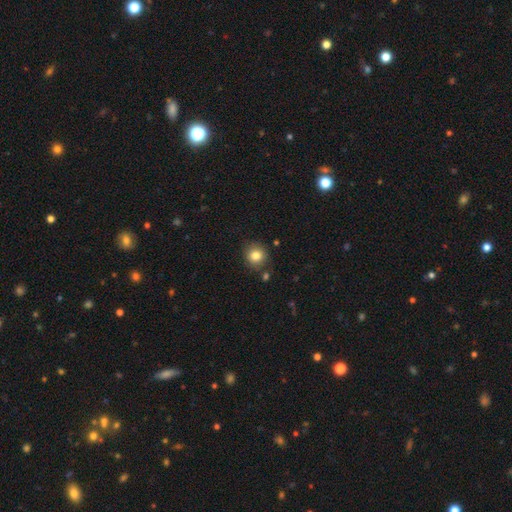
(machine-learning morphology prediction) Smooth or featured: smooth — 83% (star or artifact — 11%)
How rounded: round — 89% (in between — 10%)
Merging: none — 83% (minor disturbance — 10%)